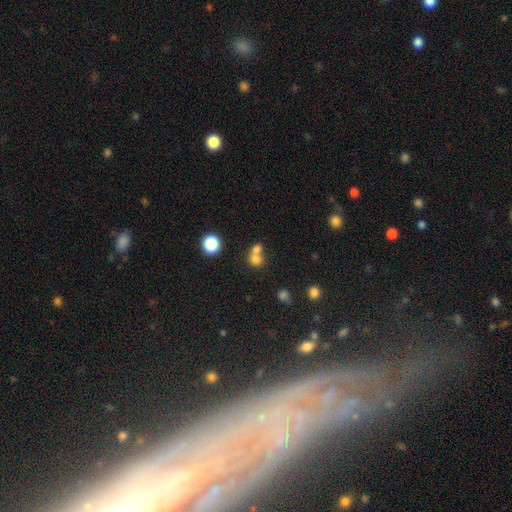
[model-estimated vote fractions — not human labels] This appears to be a smooth galaxy with no disk features (72%) that is round (74%). Merging: merger (61%).